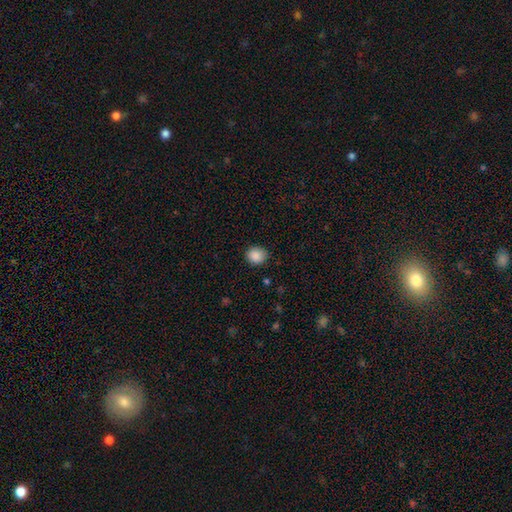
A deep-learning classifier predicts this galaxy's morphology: Q: Smooth or featured?
A: smooth (88%); runner-up: star or artifact (9%)
Q: How rounded?
A: round (77%); runner-up: in between (22%)
Q: Merging?
A: none (85%); runner-up: minor disturbance (11%)